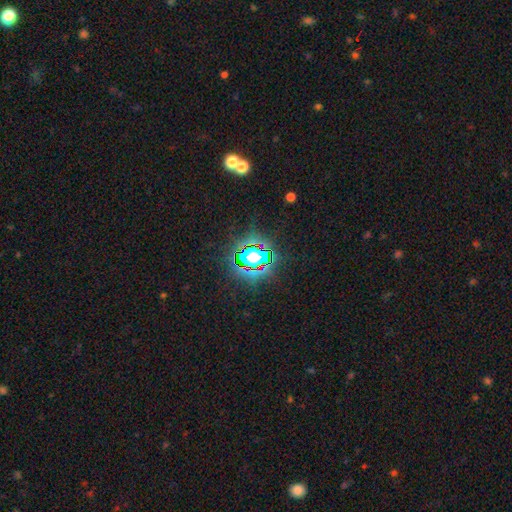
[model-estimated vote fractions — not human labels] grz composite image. It shows a star or artifact, not a galaxy (81%).